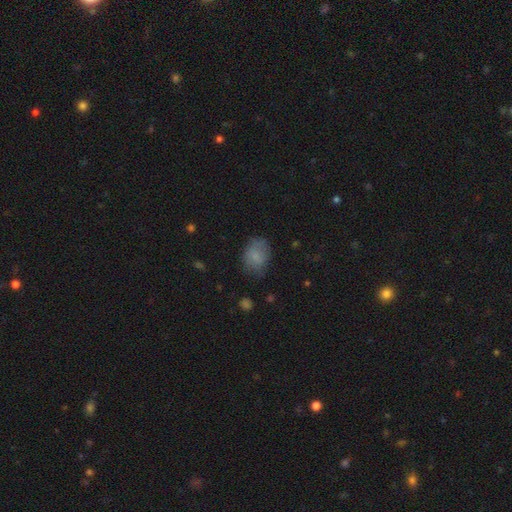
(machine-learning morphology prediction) Smooth or featured? Predicted: smooth (p=0.78). How rounded? Predicted: in between (p=0.72). Merging? Predicted: none (p=0.66).